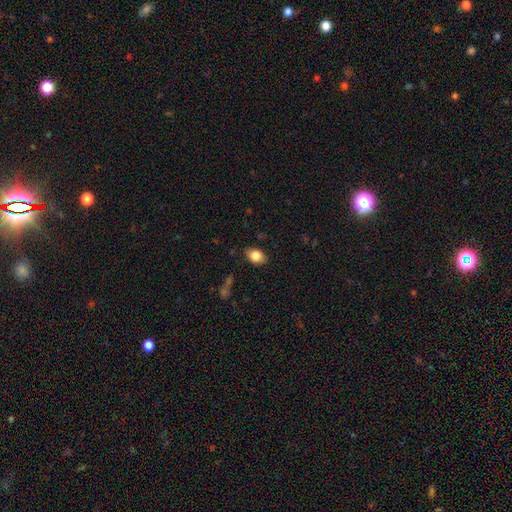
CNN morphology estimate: Smooth or featured? Predicted: smooth (p=0.83). How rounded? Predicted: in between (p=0.79). Merging? Predicted: none (p=0.83).